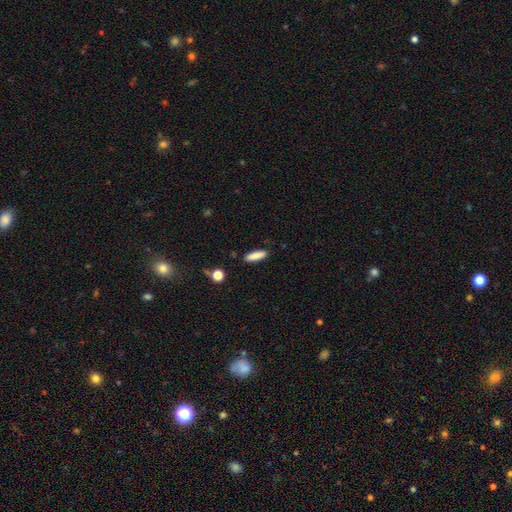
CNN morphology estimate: Smooth or featured? smooth (85%)
How rounded? cigar-shaped (62%)
Merging? none (87%)